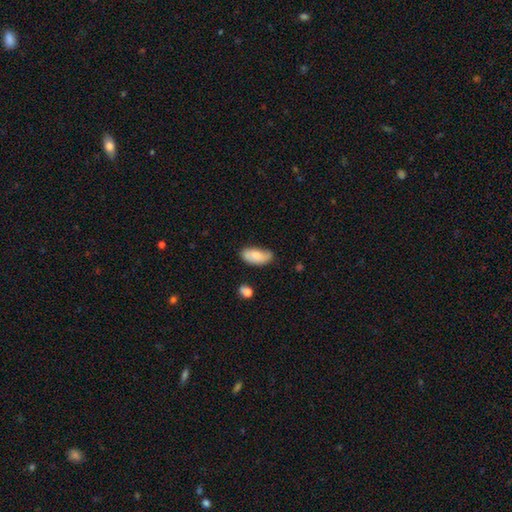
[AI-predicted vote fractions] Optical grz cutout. It shows a smooth galaxy with no disk features (76%) that is in between round and cigar-shaped (92%). Merging: none (62%).